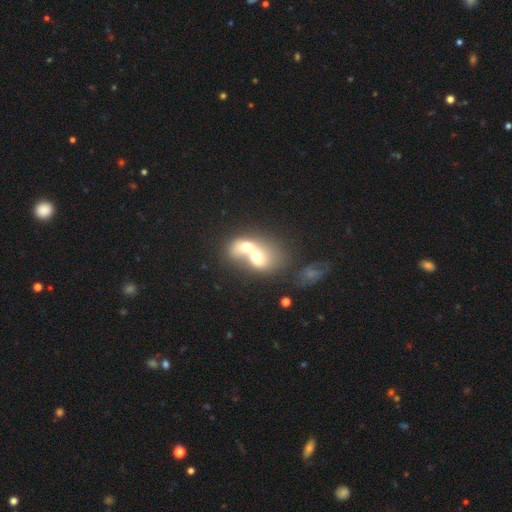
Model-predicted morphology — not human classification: This is possibly a smooth galaxy (53%). How rounded: possibly in between (55%). Merging: clearly merger (81%).